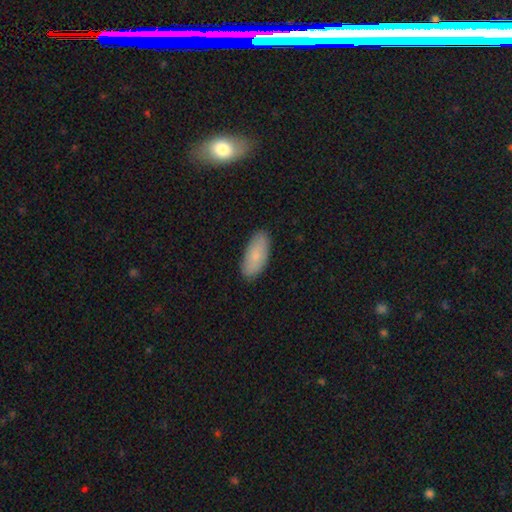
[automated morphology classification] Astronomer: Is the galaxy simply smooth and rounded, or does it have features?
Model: smooth — 80%.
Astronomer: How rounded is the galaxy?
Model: in between — 88%.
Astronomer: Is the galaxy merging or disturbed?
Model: none — 87%.